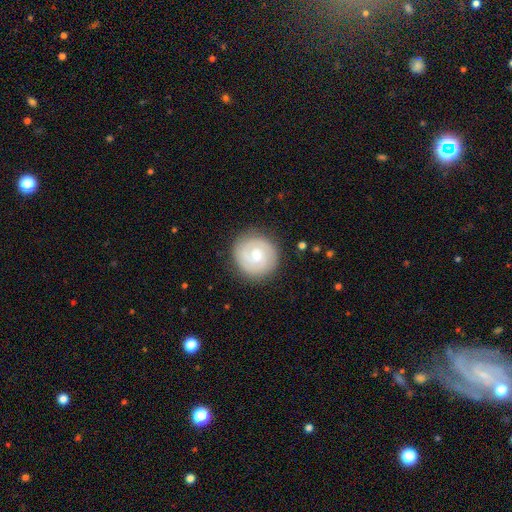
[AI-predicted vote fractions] smooth-or-featured: featured or disk: 71% | smooth: 24% | star or artifact: 5%
  disk-edge-on: no: 98% | yes: 2%
    bar: no: 48% | weak: 45% | strong: 7%
    has-spiral-arms: yes: 92% | no: 8%
      spiral-winding: tight: 68% | medium: 26% | loose: 6%
      spiral-arm-count: 2: 63% | can't tell: 15% | 1: 10% | 3: 8% | 4: 2% | more than 4: 2%
    bulge-size: moderate: 48% | small: 40% | large: 6% | none: 5% | dominant: 1%
  merging: none: 85% | minor disturbance: 10% | major disturbance: 4% | merger: 1%